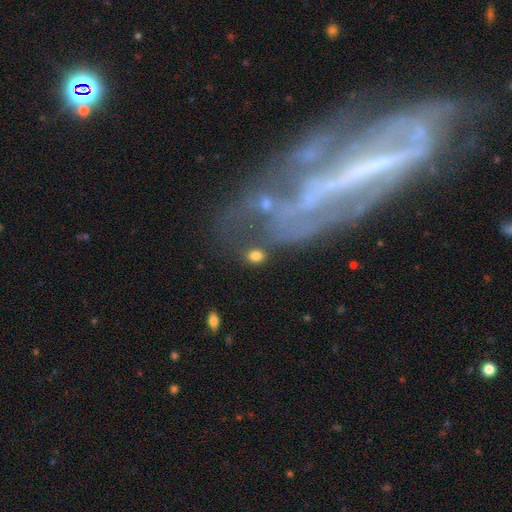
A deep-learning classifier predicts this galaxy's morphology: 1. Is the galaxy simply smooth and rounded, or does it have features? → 76% smooth, 14% featured or disk, 10% star or artifact.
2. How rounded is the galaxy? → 60% in between, 37% round, 2% cigar-shaped.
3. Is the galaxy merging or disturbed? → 65% none, 15% minor disturbance, 11% merger, 9% major disturbance.